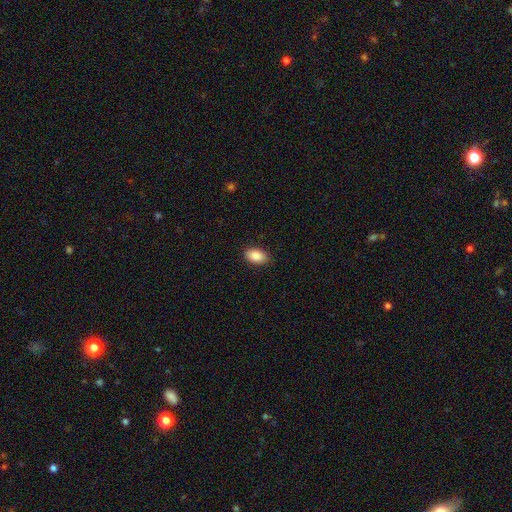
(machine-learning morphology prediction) smooth 88%, star or artifact 7%, featured or disk 5%. Down the decision tree: how rounded — in between (91%); merging — none (87%).